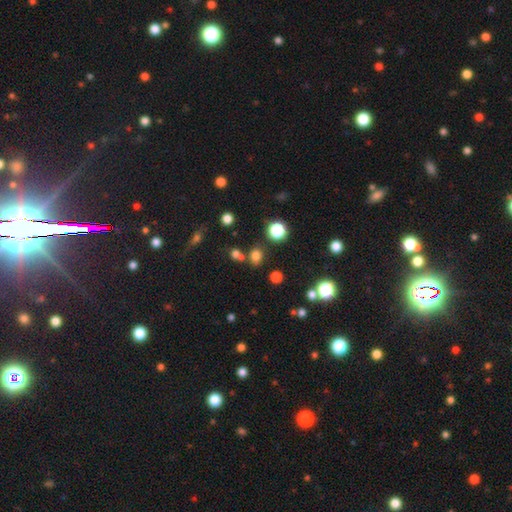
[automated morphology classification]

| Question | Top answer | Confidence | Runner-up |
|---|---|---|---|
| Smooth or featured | smooth | 71% | star or artifact (22%) |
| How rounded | round | 55% | in between (43%) |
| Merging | none | 68% | merger (17%) |